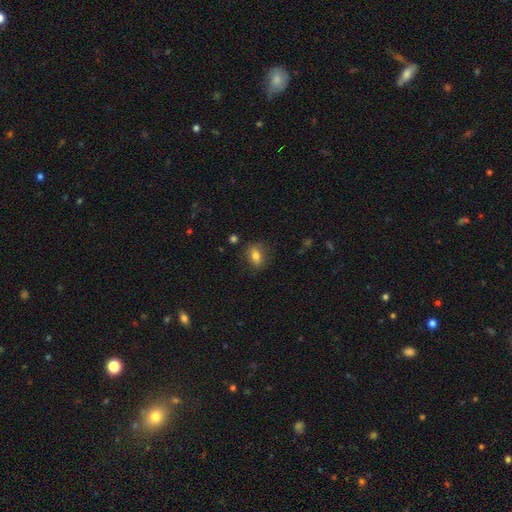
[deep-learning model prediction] A smooth galaxy with no disk features (78%) that is in between round and cigar-shaped (76%).

Vote fractions:
- Smooth or featured? smooth: 78% / featured or disk: 12% / star or artifact: 9%
- How rounded? in between: 76% / round: 19% / cigar-shaped: 5%
- Merging? none: 78% / minor disturbance: 15% / major disturbance: 5% / merger: 2%